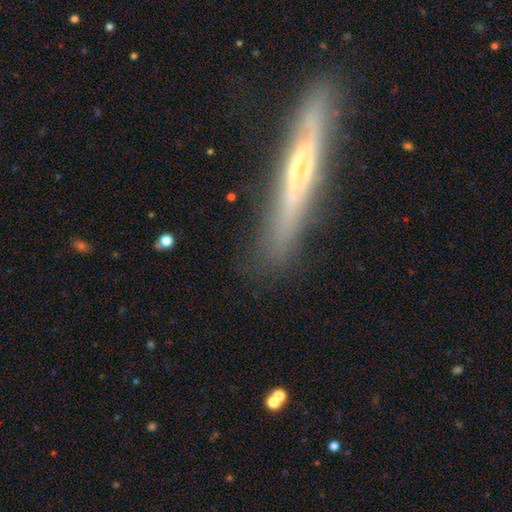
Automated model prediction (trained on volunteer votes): This is likely a featured or disk galaxy (65%). It is clearly viewed edge-on (87%). Edge-on bulge: possibly none (52%). Merging: likely none (79%).